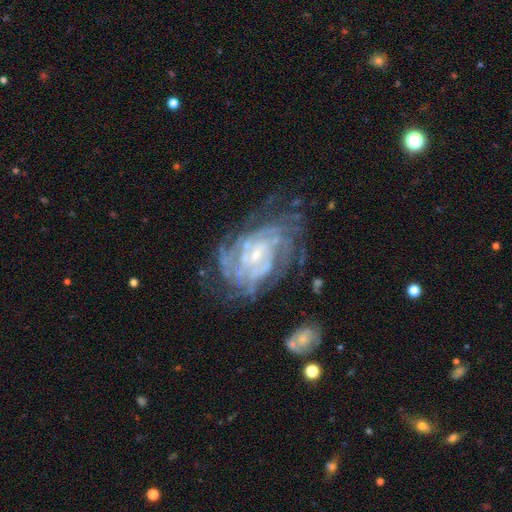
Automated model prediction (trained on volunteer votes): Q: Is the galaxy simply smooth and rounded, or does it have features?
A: featured or disk — 87%.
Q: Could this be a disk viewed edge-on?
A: no — 97%.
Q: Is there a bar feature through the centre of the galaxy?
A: no — 55%.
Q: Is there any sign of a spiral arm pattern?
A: yes — 94%.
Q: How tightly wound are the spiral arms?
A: tight — 70%.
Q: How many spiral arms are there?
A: can't tell — 39%.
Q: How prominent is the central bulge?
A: small — 78%.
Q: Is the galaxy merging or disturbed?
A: none — 61%.